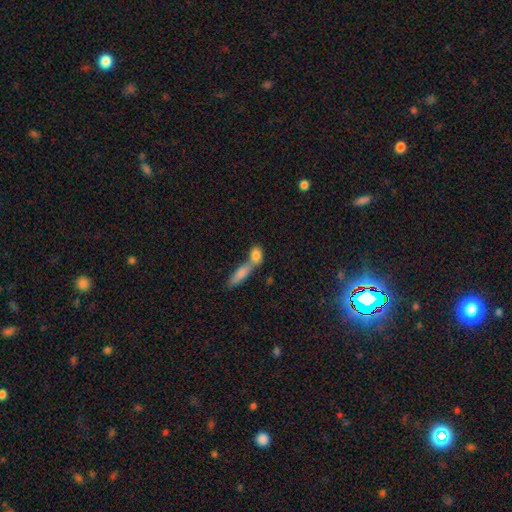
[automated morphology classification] A smooth galaxy with no disk features (79%) that is in between round and cigar-shaped (60%). Merging: merger (63%).